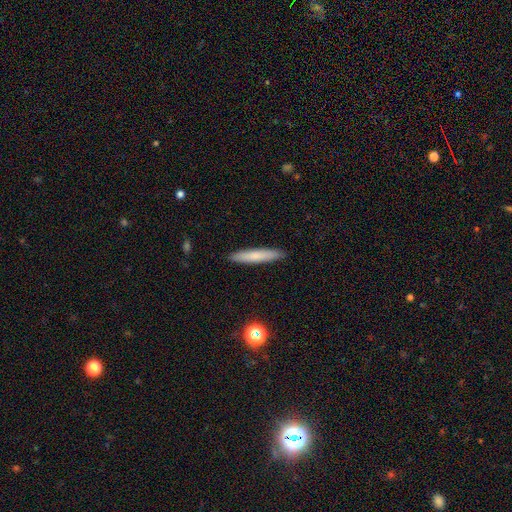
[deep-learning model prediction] smooth-or-featured: smooth: 74% | featured or disk: 19% | star or artifact: 6%
  how-rounded: cigar-shaped: 94% | in between: 5% | round: 1%
  merging: none: 91% | minor disturbance: 6% | major disturbance: 1% | merger: 1%